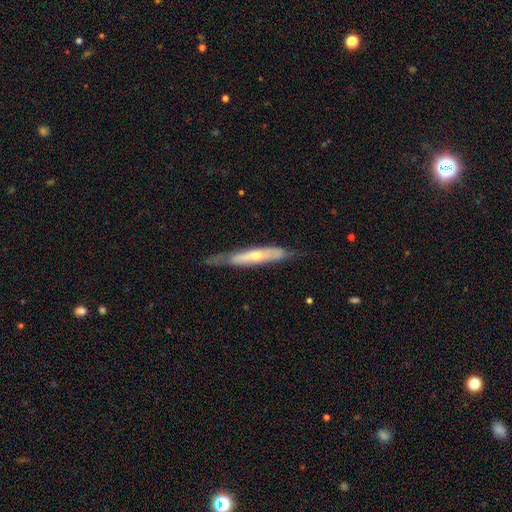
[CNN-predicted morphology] smooth_or_featured: featured or disk (p=0.59) [alt: smooth p=0.35]
disk_edge_on: yes (p=0.67) [alt: no p=0.33]
merging: none (p=0.64) [alt: minor disturbance p=0.26]